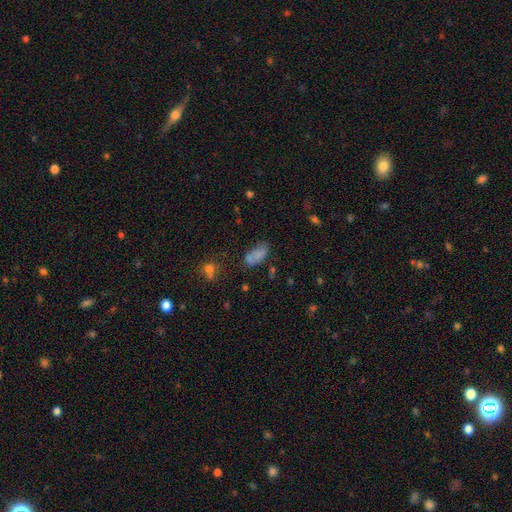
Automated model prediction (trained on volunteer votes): Overall: smooth (70%). How rounded: in between (89%). Merging: none (49%; minor disturbance 25%).